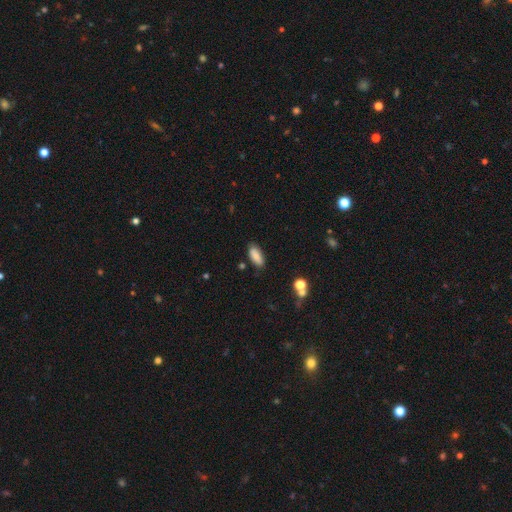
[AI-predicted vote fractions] A smooth galaxy with no disk features (84%) that is in between round and cigar-shaped (83%). Merging: none (81%).